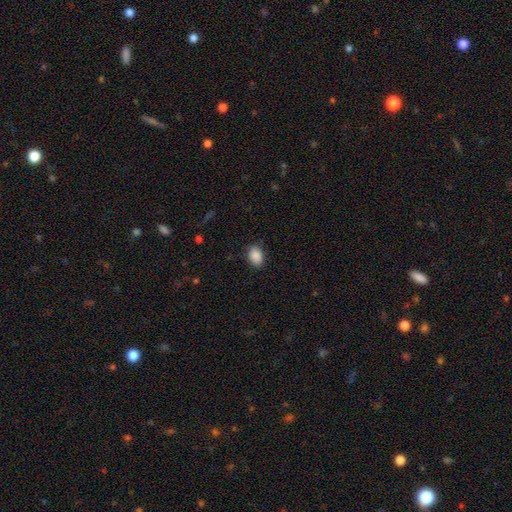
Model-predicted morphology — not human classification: Smooth or featured?
  - smooth: 89% *
  - star or artifact: 8%
  - featured or disk: 3%
How rounded?
  - in between: 83% *
  - round: 16%
  - cigar-shaped: 1%
Merging?
  - none: 86% *
  - minor disturbance: 11%
  - major disturbance: 3%
  - merger: 1%